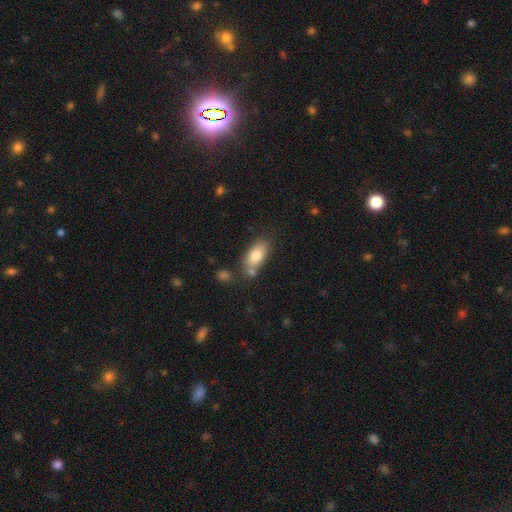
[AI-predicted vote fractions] Overall: smooth (80%). How rounded: in between (89%). Merging: none (61%).